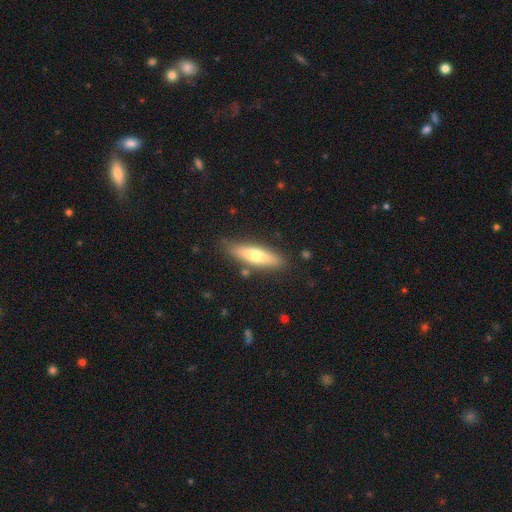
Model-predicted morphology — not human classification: Smooth or featured? smooth (59%)
How rounded? cigar-shaped (69%)
Merging? none (84%)